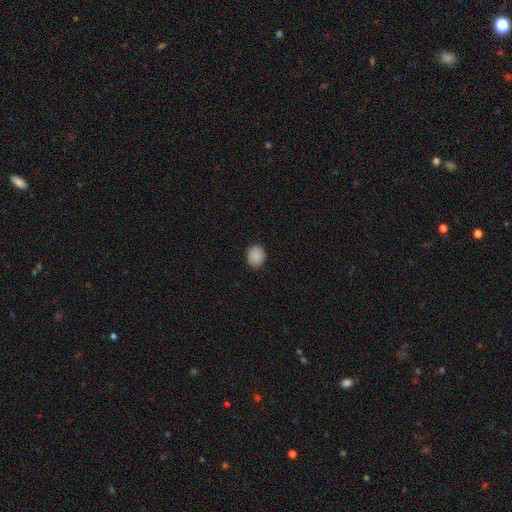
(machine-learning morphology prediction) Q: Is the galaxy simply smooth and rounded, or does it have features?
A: smooth — 88%.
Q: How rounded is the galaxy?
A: round — 61%.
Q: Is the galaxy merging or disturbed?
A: none — 89%.